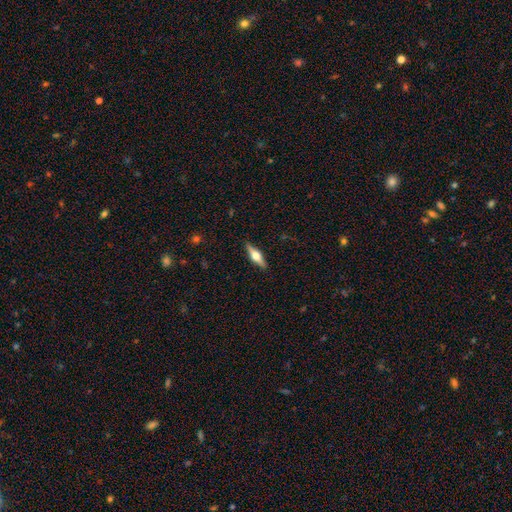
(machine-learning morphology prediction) This is likely a featured or disk galaxy (65%). It is clearly viewed edge-on (97%). Edge-on bulge: clearly rounded (94%). Merging: clearly none (89%).